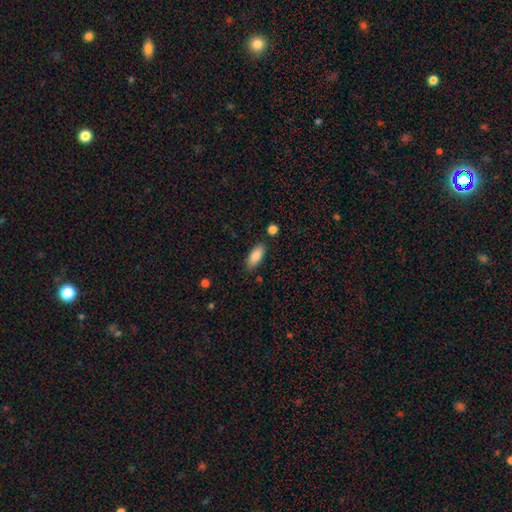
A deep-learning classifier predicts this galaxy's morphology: This is clearly a smooth galaxy (84%). How rounded: clearly in between (82%). Merging: clearly none (82%).